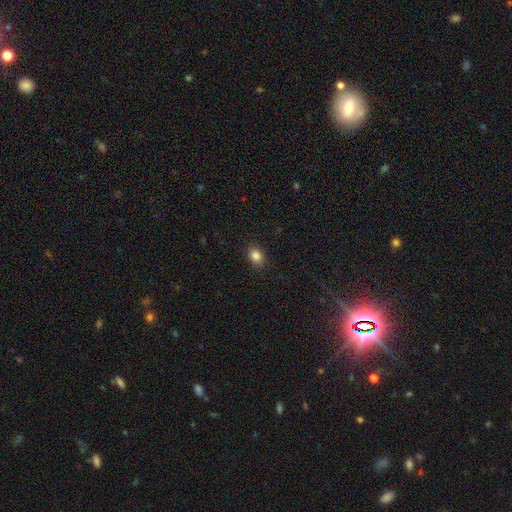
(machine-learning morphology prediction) This is clearly a smooth galaxy (85%). How rounded: likely in between (64%). Merging: clearly none (89%).